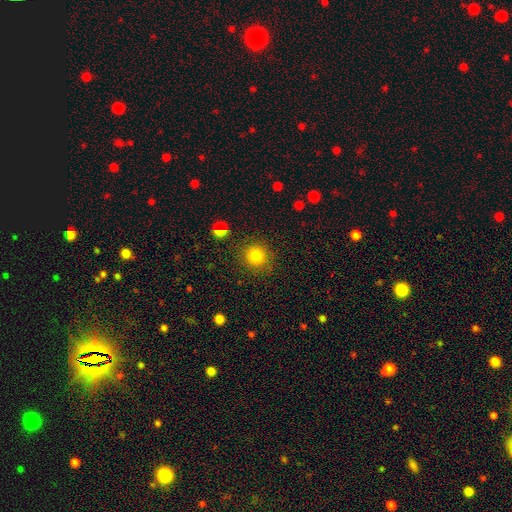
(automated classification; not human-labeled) A smooth galaxy with no disk features (82%) that is round (91%). Merging: none (87%).